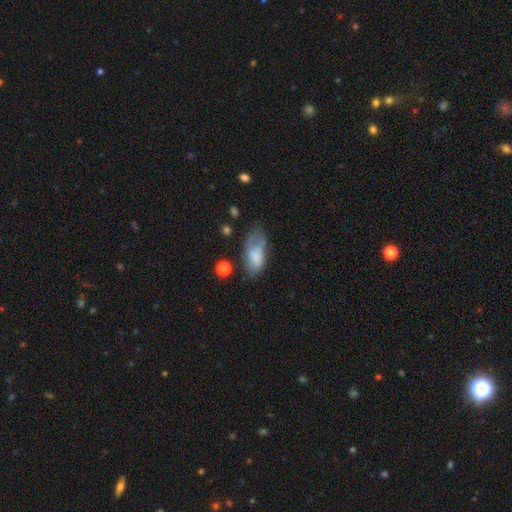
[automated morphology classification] Q: Smooth or featured?
A: smooth (68%); runner-up: featured or disk (24%)
Q: How rounded?
A: in between (89%); runner-up: cigar-shaped (7%)
Q: Merging?
A: none (34%); runner-up: minor disturbance (32%)